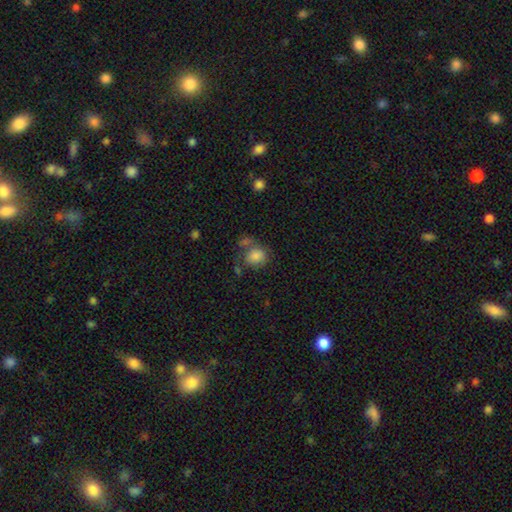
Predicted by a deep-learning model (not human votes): The model was most divided on "how rounded": in between: 50%, round: 49%, cigar-shaped: 1%. Remaining: smooth or featured — smooth (80%); merging — none (40%).